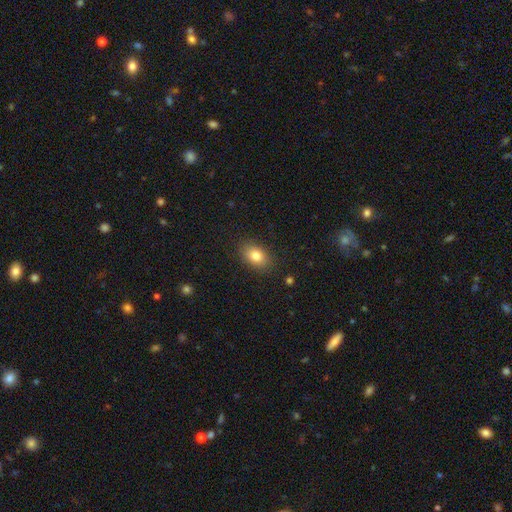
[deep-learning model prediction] This appears to be a smooth galaxy with no disk features (82%) that is in between round and cigar-shaped (82%). Merging: none (87%).